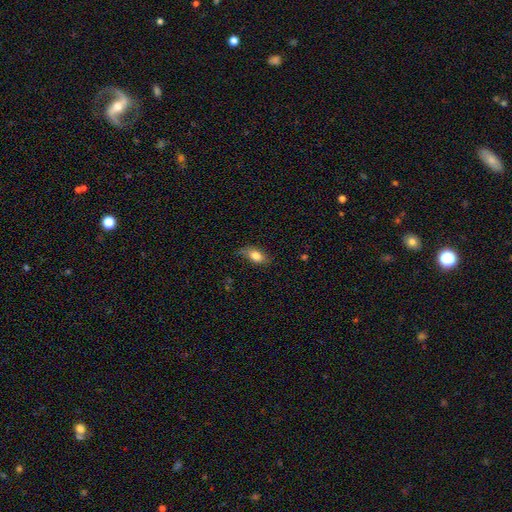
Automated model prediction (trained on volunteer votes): The model was most divided on "merging": none: 66%, minor disturbance: 25%, major disturbance: 7%, merger: 2%. More confident: how rounded — in between (85%); smooth or featured — smooth (80%).